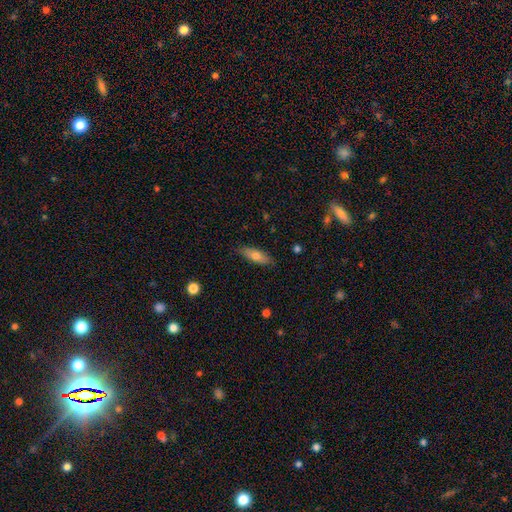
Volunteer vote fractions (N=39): A smooth galaxy with no disk features (62%) that is in between round and cigar-shaped (79%).

Vote fractions:
- Smooth or featured? smooth: 62% / featured or disk: 28% / star or artifact: 10%
- How rounded? in between: 79% / cigar-shaped: 21% / round: 0%
- Merging? none: 89% / minor disturbance: 11% / major disturbance: 0% / merger: 0%